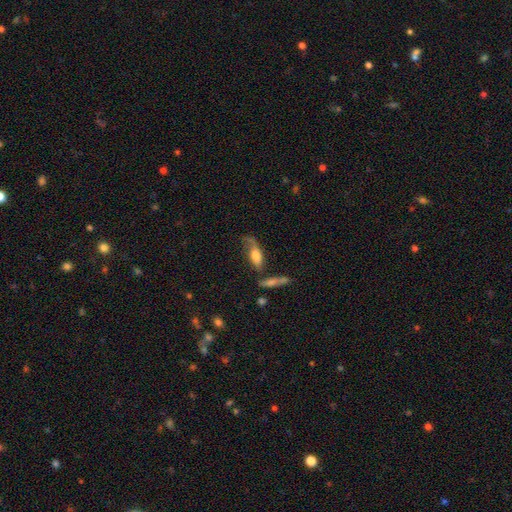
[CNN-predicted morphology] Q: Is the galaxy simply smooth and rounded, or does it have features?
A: smooth — 53%.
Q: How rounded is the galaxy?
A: in between — 67%.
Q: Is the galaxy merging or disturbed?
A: none — 38%.